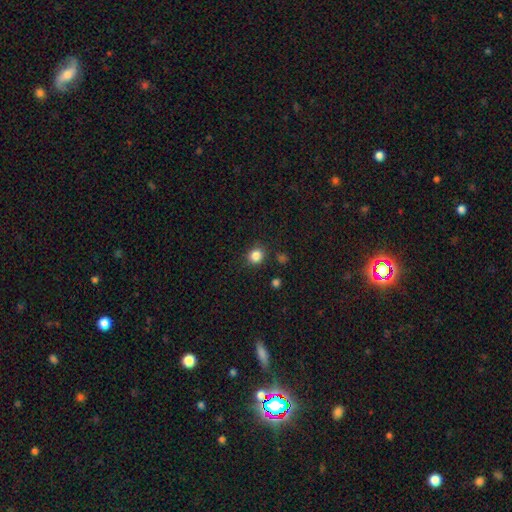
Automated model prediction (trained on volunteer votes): The model was most divided on "how rounded": round: 86%, in between: 14%, cigar-shaped: 1%. More confident: merging — none (86%); smooth or featured — smooth (84%).